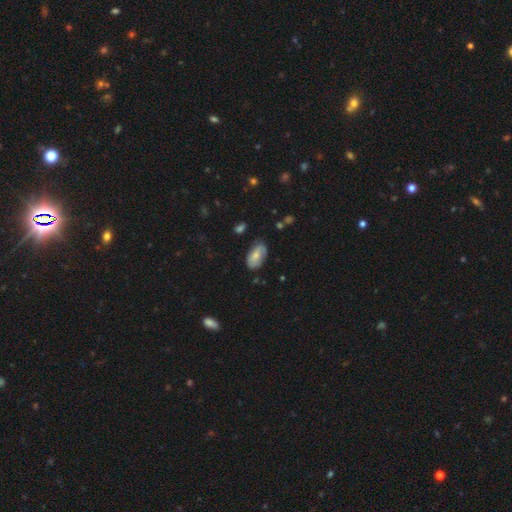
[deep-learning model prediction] This is possibly a smooth galaxy (59%). How rounded: clearly in between (93%). Merging: likely none (65%).